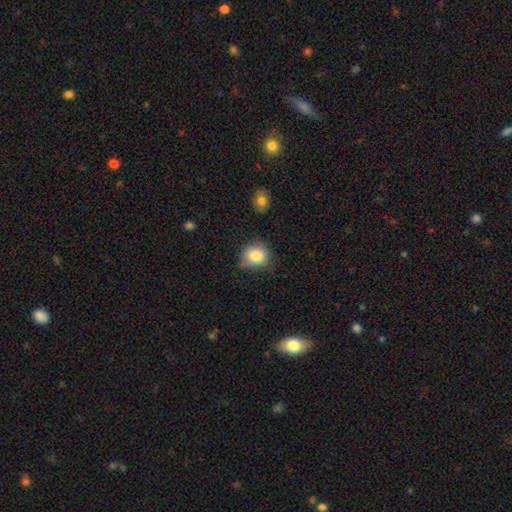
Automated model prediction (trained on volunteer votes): Smooth or featured? smooth (85%)
How rounded? round (84%)
Merging? none (74%)